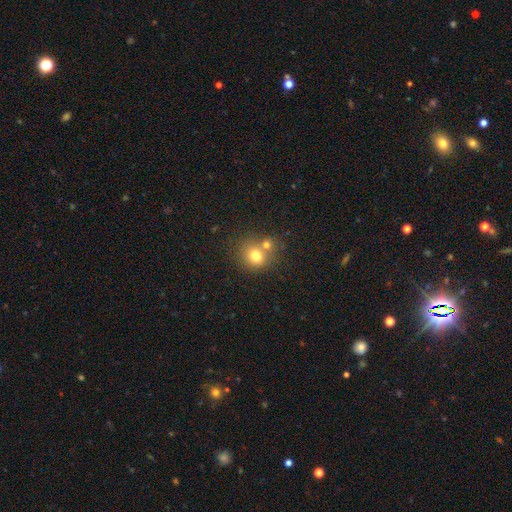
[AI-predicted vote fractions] A smooth galaxy with no disk features (75%) that is round (81%).

Vote fractions:
- Smooth or featured? smooth: 75% / star or artifact: 13% / featured or disk: 12%
- How rounded? round: 81% / in between: 18% / cigar-shaped: 1%
- Merging? none: 51% / merger: 38% / minor disturbance: 8% / major disturbance: 3%